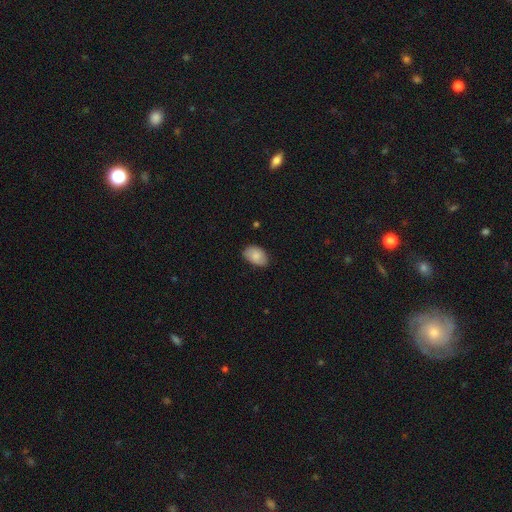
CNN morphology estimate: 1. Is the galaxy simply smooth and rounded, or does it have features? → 84% smooth, 9% featured or disk, 7% star or artifact.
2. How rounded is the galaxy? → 89% in between, 10% round, 1% cigar-shaped.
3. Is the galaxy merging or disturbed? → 78% none, 18% minor disturbance, 3% major disturbance, 1% merger.